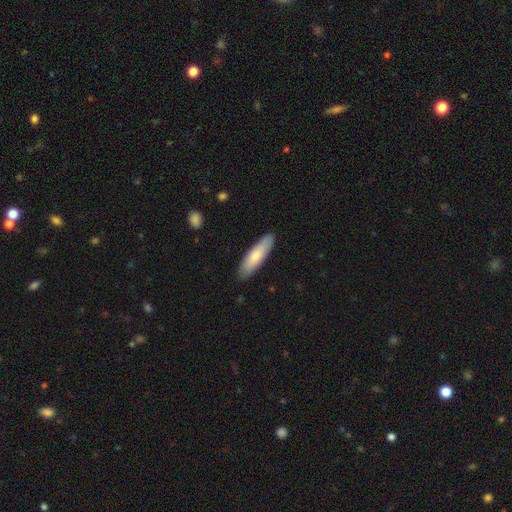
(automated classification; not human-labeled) Overall: smooth (74%). How rounded: cigar-shaped (62%; in between 36%). Merging: none (87%).